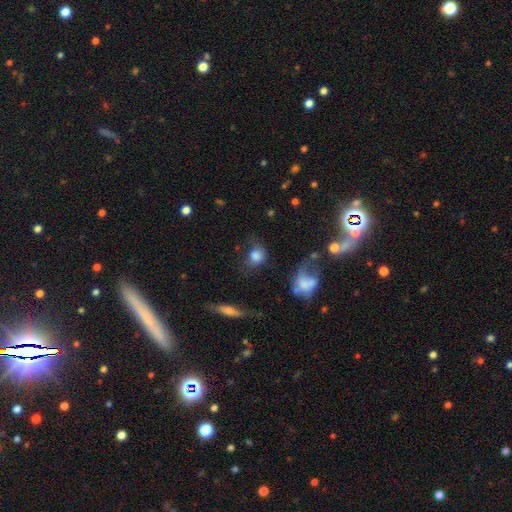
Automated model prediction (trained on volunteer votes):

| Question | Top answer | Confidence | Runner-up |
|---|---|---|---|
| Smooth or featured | smooth | 77% | featured or disk (12%) |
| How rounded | round | 52% | in between (46%) |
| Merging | none | 43% | minor disturbance (26%) |